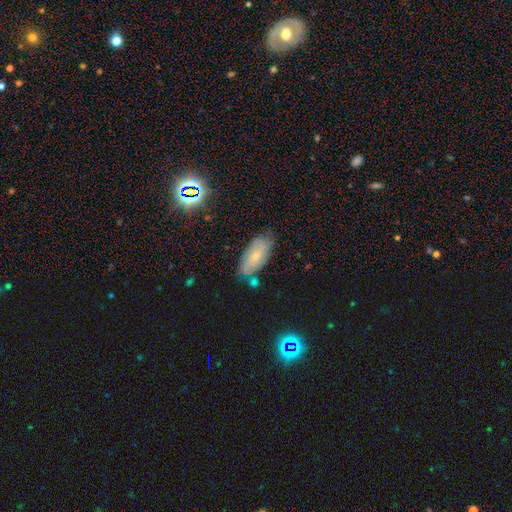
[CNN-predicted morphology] smooth-or-featured: smooth: 46% | featured or disk: 44% | star or artifact: 10%
  merging: none: 70% | minor disturbance: 21% | merger: 5% | major disturbance: 4%